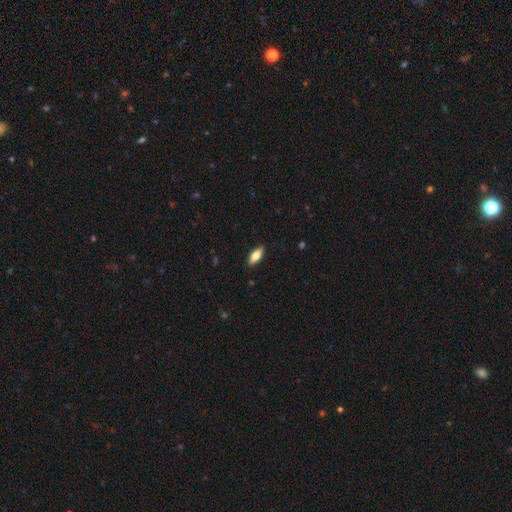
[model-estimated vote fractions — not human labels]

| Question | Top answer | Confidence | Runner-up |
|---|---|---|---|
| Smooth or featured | smooth | 75% | featured or disk (19%) |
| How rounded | in between | 79% | cigar-shaped (18%) |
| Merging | none | 89% | minor disturbance (8%) |